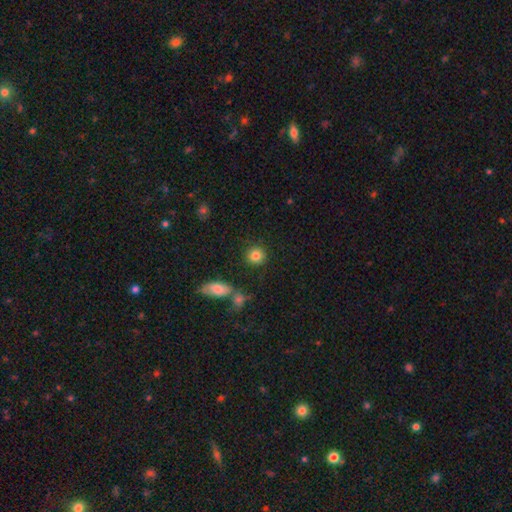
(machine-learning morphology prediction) type=smooth (84%); roundness=round (89%); merging=none (86%).